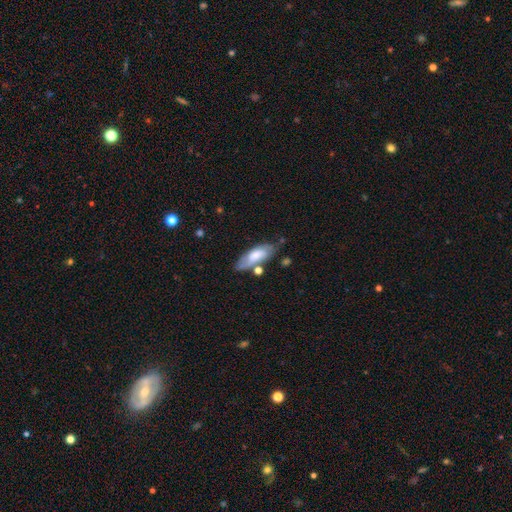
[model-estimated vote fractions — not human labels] The model was most divided on "smooth or featured": smooth: 60%, featured or disk: 33%, star or artifact: 6%. More confident: how rounded — in between (71%); merging — none (61%).